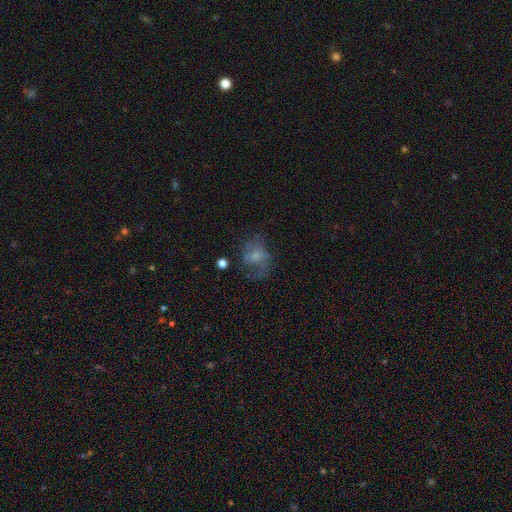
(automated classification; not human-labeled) smooth 48%, featured or disk 39%, star or artifact 13%. Down the decision tree: merging — none (38%).